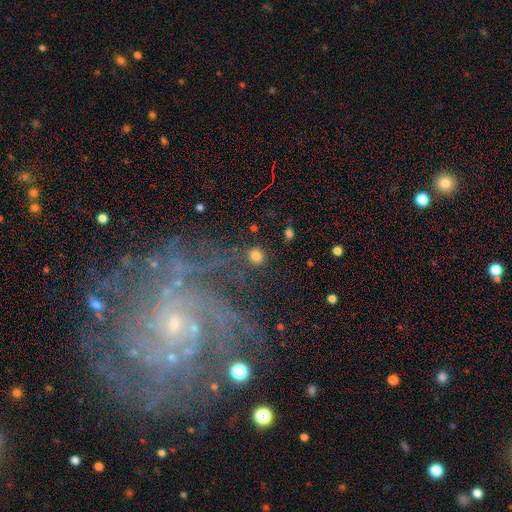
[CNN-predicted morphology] Q: Smooth or featured?
A: smooth (77%); runner-up: star or artifact (15%)
Q: How rounded?
A: round (90%); runner-up: in between (9%)
Q: Merging?
A: none (84%); runner-up: minor disturbance (8%)